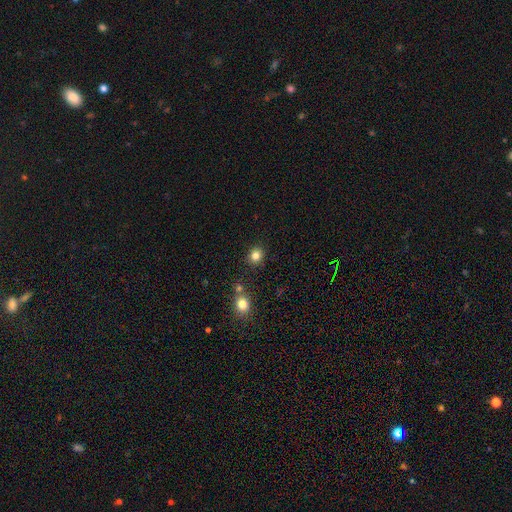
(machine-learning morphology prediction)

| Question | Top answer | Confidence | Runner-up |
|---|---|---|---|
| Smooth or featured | smooth | 82% | star or artifact (13%) |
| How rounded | round | 79% | in between (21%) |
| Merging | none | 86% | minor disturbance (8%) |